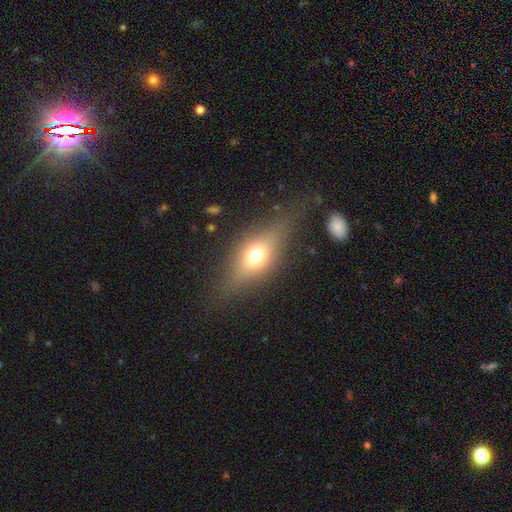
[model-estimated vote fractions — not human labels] smooth 57%, featured or disk 31%, star or artifact 12%. Down the decision tree: how rounded — in between (66%); merging — none (74%).